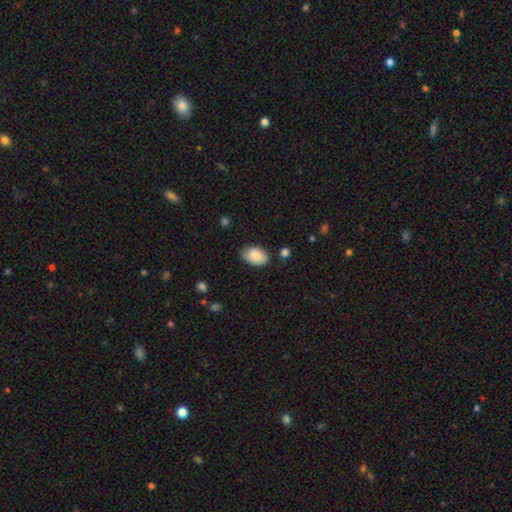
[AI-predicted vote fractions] This is clearly a smooth galaxy (86%). How rounded: clearly in between (89%). Merging: likely none (74%).